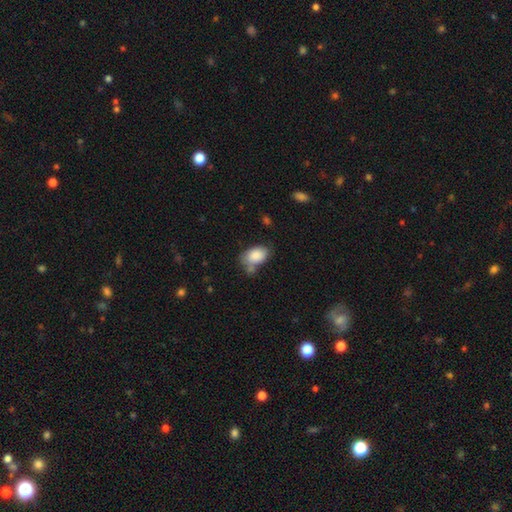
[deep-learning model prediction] This is clearly a smooth galaxy (85%). How rounded: clearly in between (85%). Merging: possibly none (48%).